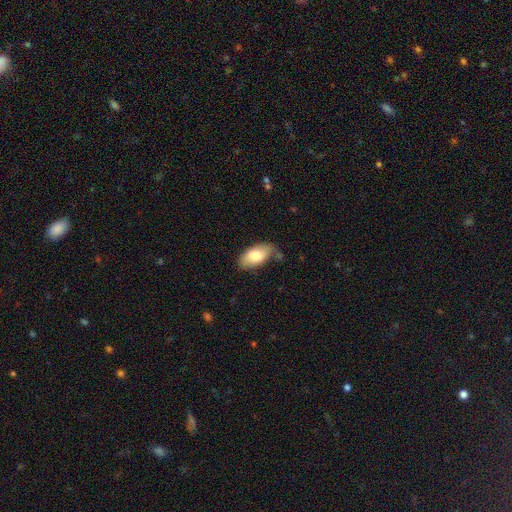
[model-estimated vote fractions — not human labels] Overall: smooth (77%). How rounded: in between (94%). Merging: none (71%).